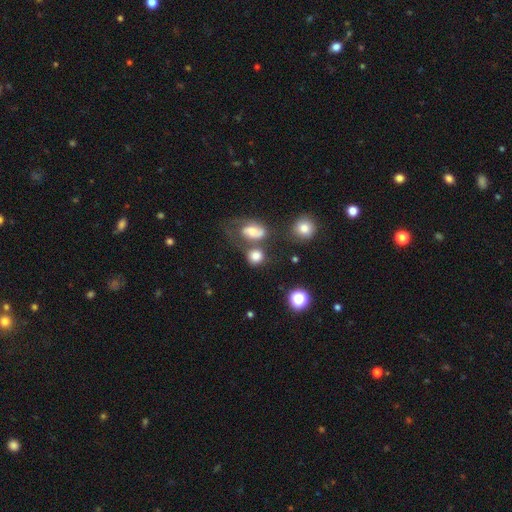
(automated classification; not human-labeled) smooth 74%, featured or disk 15%, star or artifact 11%. Down the decision tree: how rounded — round (78%); merging — none (51%).